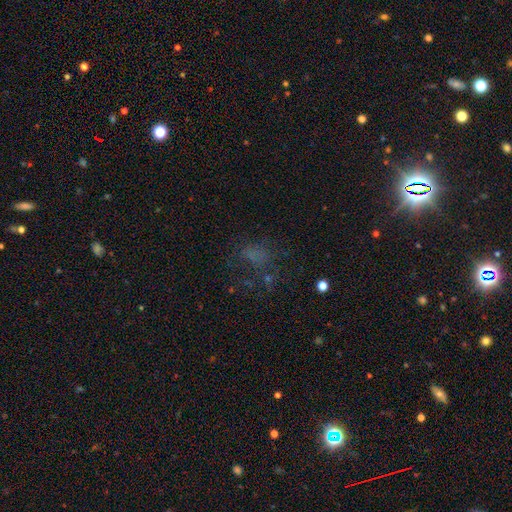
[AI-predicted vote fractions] The model was most divided on "smooth or featured": smooth: 45%, star or artifact: 31%, featured or disk: 24%. Remaining: merging — none (49%).